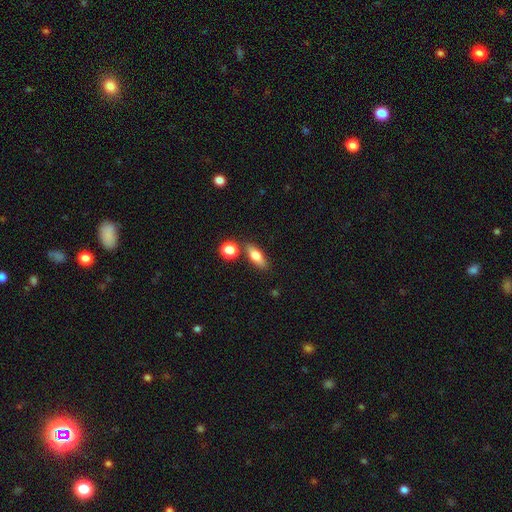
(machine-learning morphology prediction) Overall: smooth (73%). How rounded: in between (66%; cigar-shaped 27%). Merging: none (75%).